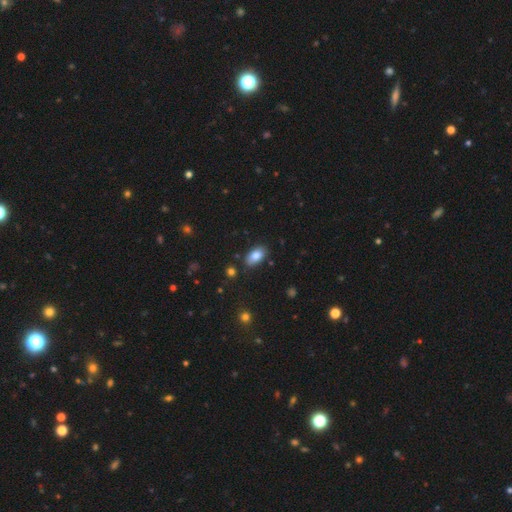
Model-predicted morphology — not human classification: Smooth or featured? smooth (85%)
How rounded? in between (93%)
Merging? none (82%)